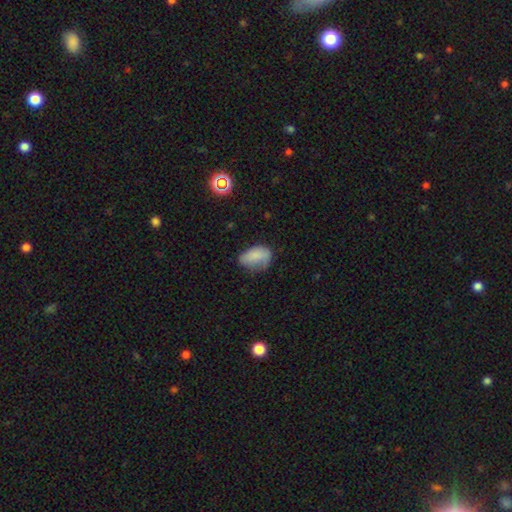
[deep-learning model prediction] Q: Smooth or featured?
A: smooth (78%); runner-up: featured or disk (13%)
Q: How rounded?
A: in between (88%); runner-up: round (11%)
Q: Merging?
A: none (45%); runner-up: minor disturbance (36%)